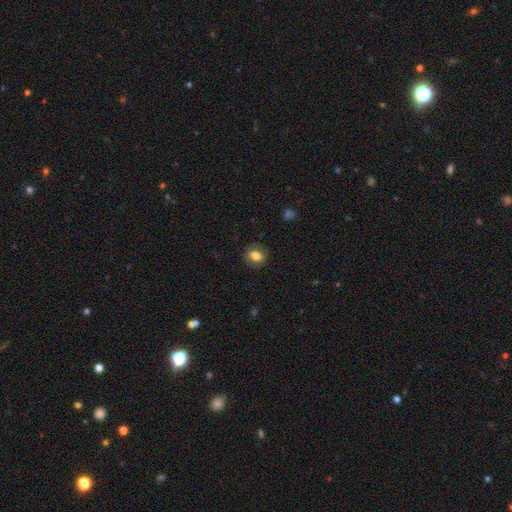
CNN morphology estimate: A smooth galaxy with no disk features (73%) that is round (53%).

Vote fractions:
- Smooth or featured? smooth: 73% / featured or disk: 18% / star or artifact: 9%
- How rounded? round: 53% / in between: 45% / cigar-shaped: 1%
- Merging? none: 82% / minor disturbance: 12% / major disturbance: 4% / merger: 1%